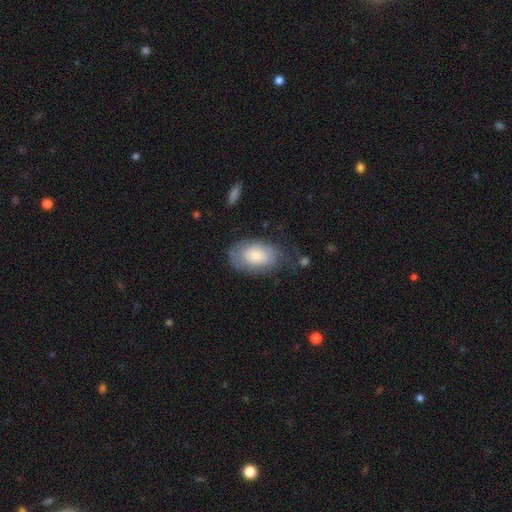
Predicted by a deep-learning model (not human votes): smooth 64%, featured or disk 29%, star or artifact 7%. Down the decision tree: how rounded — in between (88%); merging — none (60%).